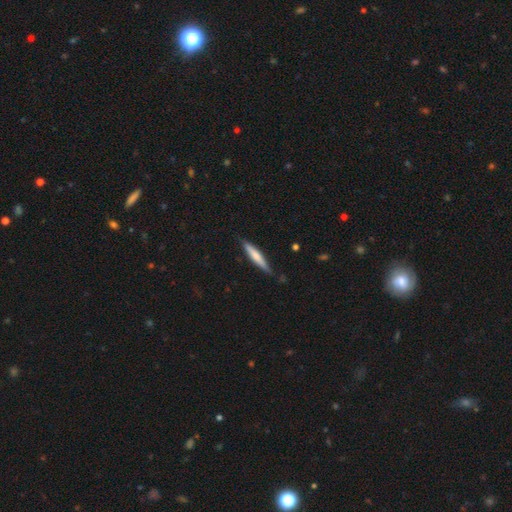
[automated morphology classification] Smooth or featured: smooth — 61% (featured or disk — 34%)
How rounded: cigar-shaped — 92% (in between — 7%)
Merging: none — 83% (minor disturbance — 13%)